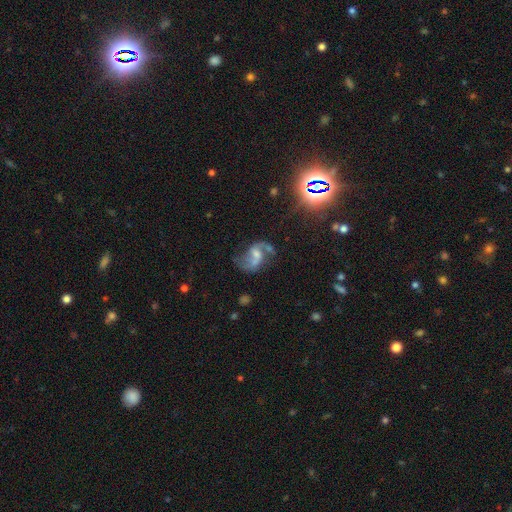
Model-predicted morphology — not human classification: This appears to be a featured or disk galaxy (79%) with a weak bar (48%), 2 (89%) loose (63%) spiral arms (91%) and a moderate central bulge (38%). Merging: none (51%).